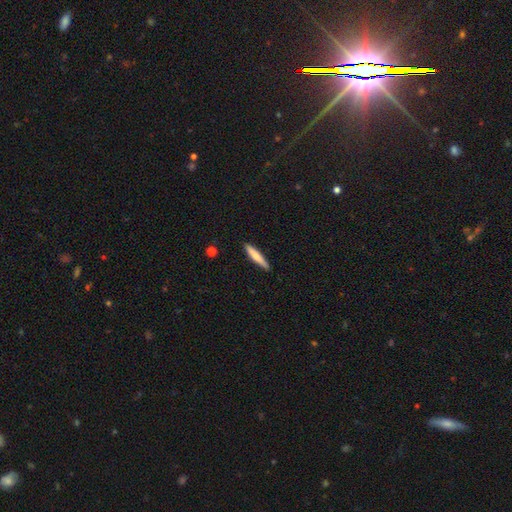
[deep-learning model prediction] A smooth galaxy with no disk features (68%) that is cigar-shaped (91%).

Vote fractions:
- Smooth or featured? smooth: 68% / featured or disk: 27% / star or artifact: 5%
- How rounded? cigar-shaped: 91% / in between: 7% / round: 1%
- Merging? none: 90% / minor disturbance: 8% / major disturbance: 1% / merger: 1%